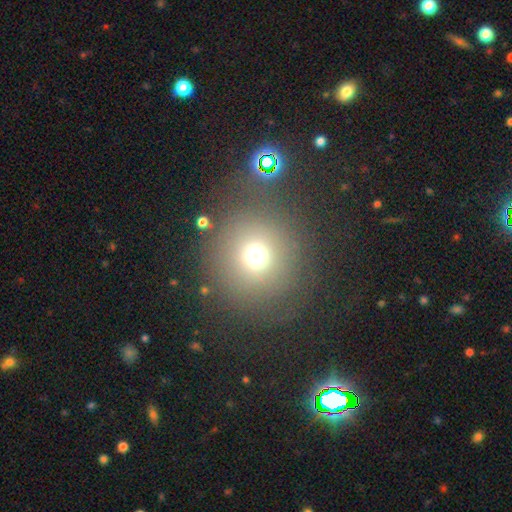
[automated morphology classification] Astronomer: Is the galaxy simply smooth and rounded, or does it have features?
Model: smooth — 68%.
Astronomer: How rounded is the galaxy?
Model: round — 93%.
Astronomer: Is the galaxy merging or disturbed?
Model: none — 74%.